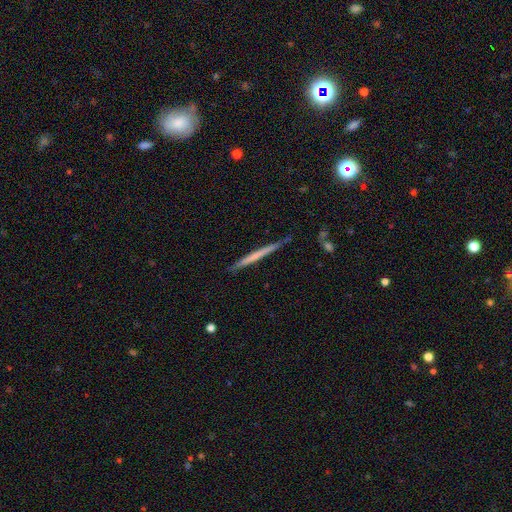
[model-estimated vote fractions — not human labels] smooth 48%, featured or disk 47%, star or artifact 5%. Down the decision tree: merging — none (84%).